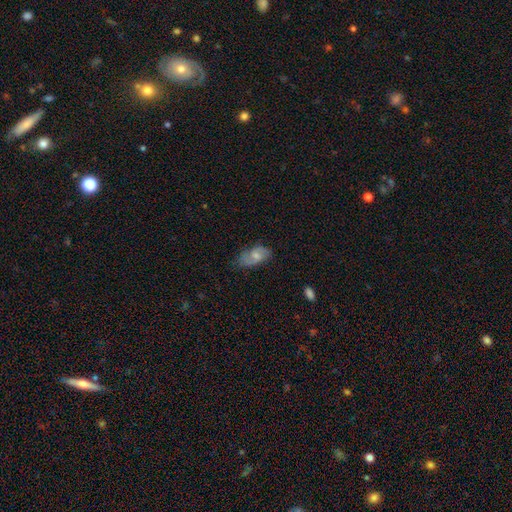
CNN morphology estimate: The model was most divided on "smooth or featured": featured or disk: 47%, smooth: 46%, star or artifact: 7%. More confident: merging — none (62%).